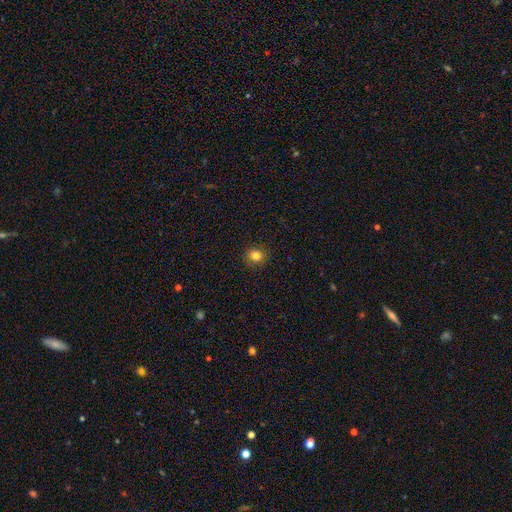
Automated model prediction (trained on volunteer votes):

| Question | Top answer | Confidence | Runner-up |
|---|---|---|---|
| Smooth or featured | smooth | 83% | star or artifact (12%) |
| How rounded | round | 81% | in between (18%) |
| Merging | none | 91% | minor disturbance (6%) |